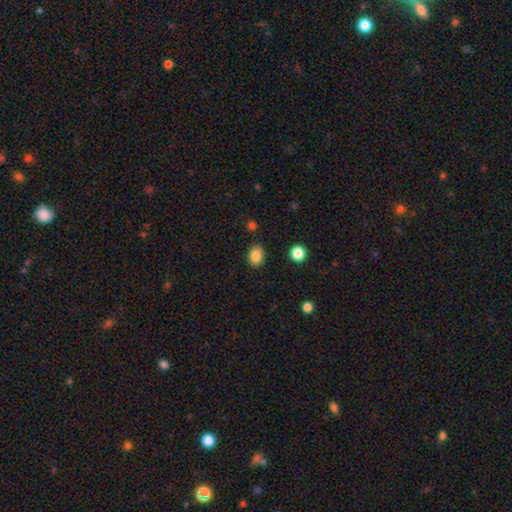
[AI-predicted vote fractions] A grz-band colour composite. It shows a smooth galaxy with no disk features (85%) that is in between round and cigar-shaped (62%). Merging: none (87%).